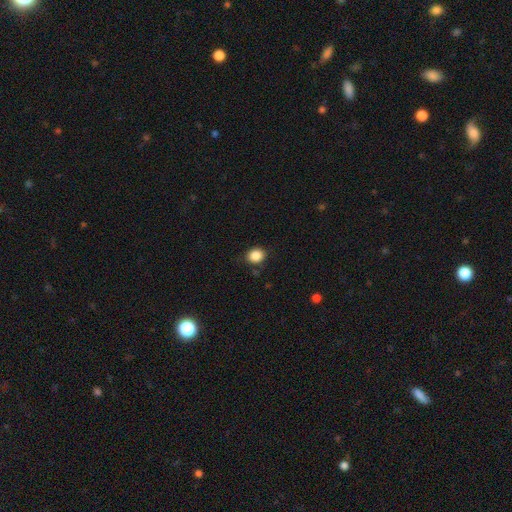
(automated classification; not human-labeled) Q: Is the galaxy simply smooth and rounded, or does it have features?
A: smooth — 87%.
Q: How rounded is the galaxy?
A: round — 66%.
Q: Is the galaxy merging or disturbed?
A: none — 84%.